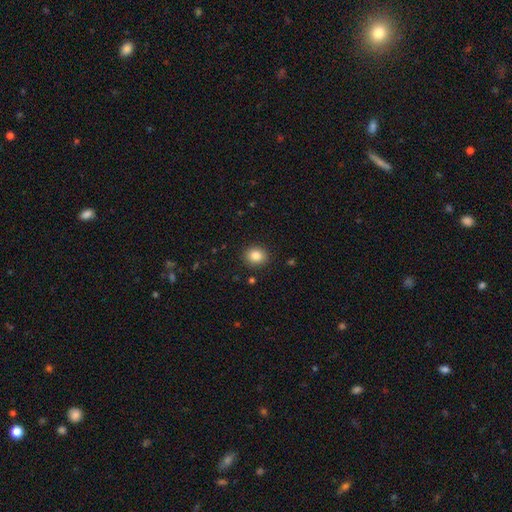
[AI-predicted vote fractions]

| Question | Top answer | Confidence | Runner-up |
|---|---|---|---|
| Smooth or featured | smooth | 84% | star or artifact (10%) |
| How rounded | round | 71% | in between (28%) |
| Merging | none | 90% | minor disturbance (7%) |